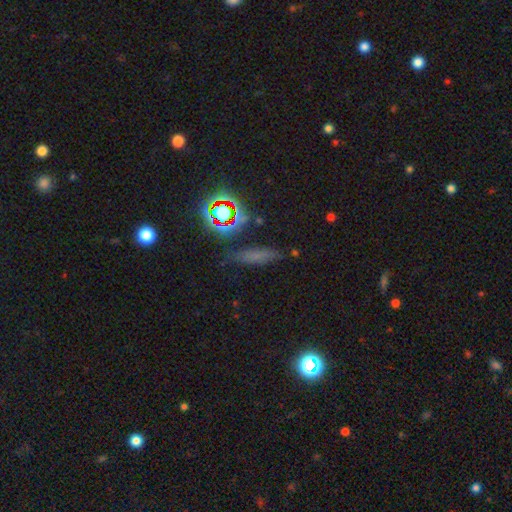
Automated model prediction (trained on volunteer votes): smooth_or_featured: smooth (p=0.54) [alt: star or artifact p=0.28]
how_rounded: cigar-shaped (p=0.69) [alt: in between p=0.24]
merging: none (p=0.77) [alt: minor disturbance p=0.15]